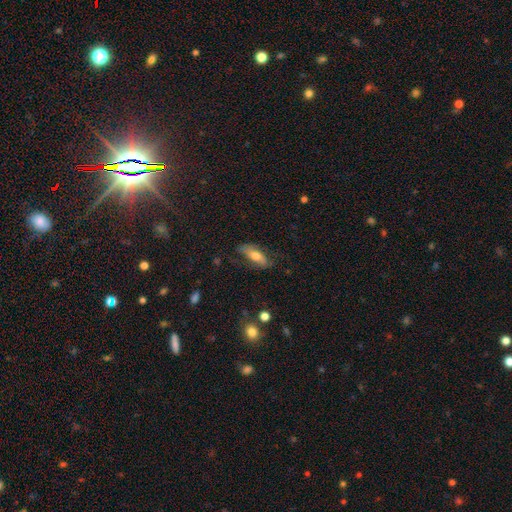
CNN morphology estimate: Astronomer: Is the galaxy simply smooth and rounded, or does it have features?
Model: smooth — 57% (runner-up: featured or disk, 36%).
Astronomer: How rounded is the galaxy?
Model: in between — 68%.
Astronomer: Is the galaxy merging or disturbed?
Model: none — 66%.